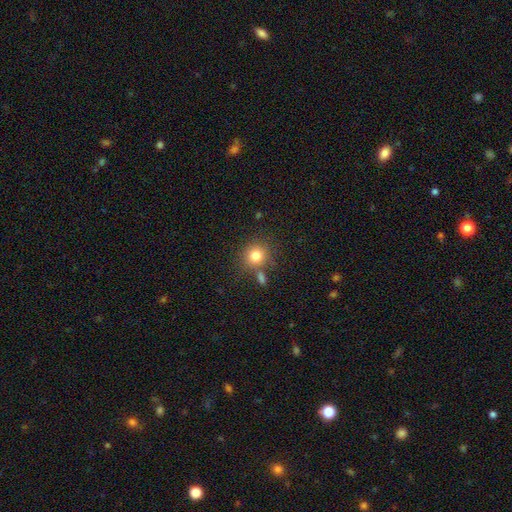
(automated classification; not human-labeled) Morphology: type=smooth (80%); roundness=round (85%); merging=none (71%).